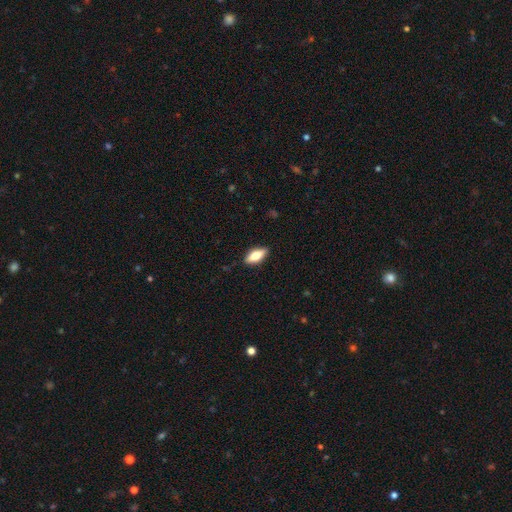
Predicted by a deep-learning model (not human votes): This appears to be a smooth galaxy with no disk features (67%) that is in between round and cigar-shaped (76%). Merging: none (87%).